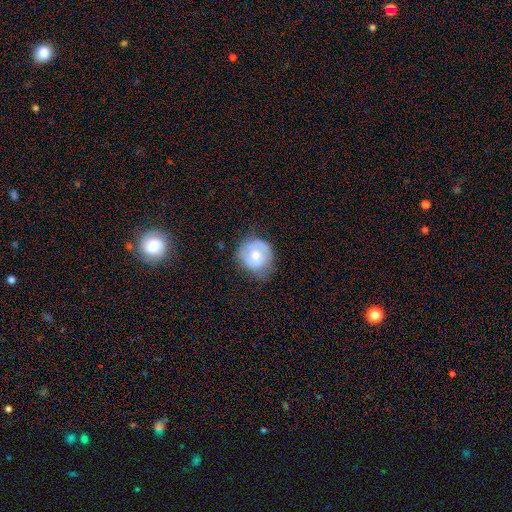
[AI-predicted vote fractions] Smooth or featured? Predicted: smooth (p=0.55). How rounded? Predicted: round (p=0.82). Merging? Predicted: none (p=0.53).